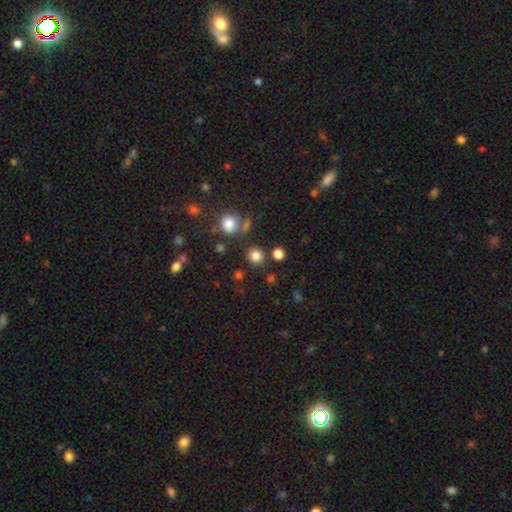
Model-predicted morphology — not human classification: A smooth galaxy with no disk features (81%) that is round (86%).

Vote fractions:
- Smooth or featured? smooth: 81% / star or artifact: 13% / featured or disk: 6%
- How rounded? round: 86% / in between: 13% / cigar-shaped: 1%
- Merging? none: 82% / minor disturbance: 8% / merger: 7% / major disturbance: 3%